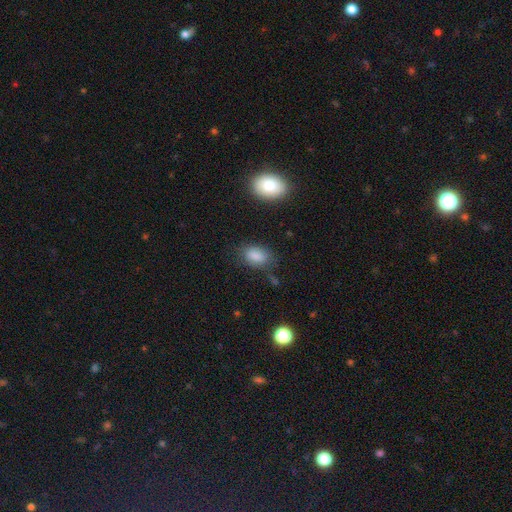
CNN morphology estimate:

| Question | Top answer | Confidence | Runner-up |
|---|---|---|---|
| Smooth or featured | smooth | 84% | star or artifact (9%) |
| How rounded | in between | 85% | round (13%) |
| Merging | none | 69% | minor disturbance (21%) |